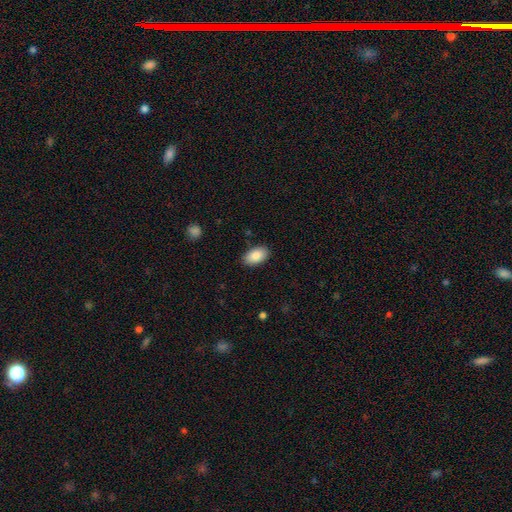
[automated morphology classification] Overall: smooth (87%). How rounded: in between (94%). Merging: none (87%).